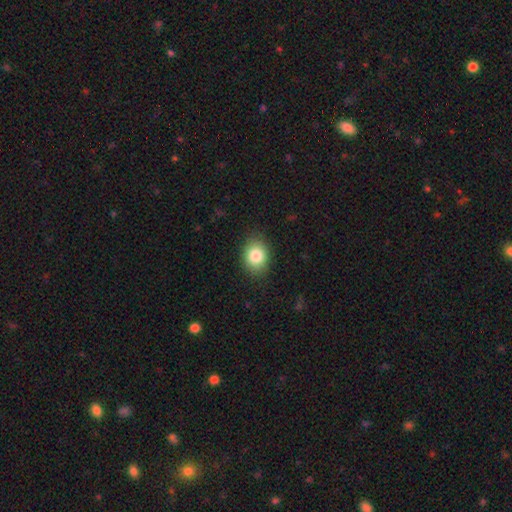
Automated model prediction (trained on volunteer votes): smooth 83%, star or artifact 9%, featured or disk 8%. Down the decision tree: how rounded — in between (56%); merging — none (85%).